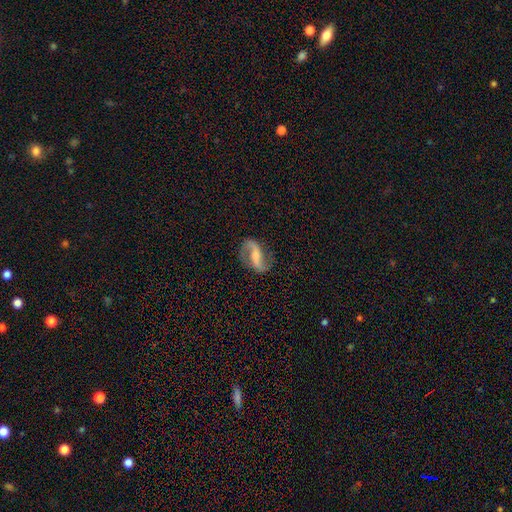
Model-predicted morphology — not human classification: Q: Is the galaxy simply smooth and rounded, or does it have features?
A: featured or disk — 87%.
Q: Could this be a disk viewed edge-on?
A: no — 96%.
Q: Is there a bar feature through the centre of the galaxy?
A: strong — 46%.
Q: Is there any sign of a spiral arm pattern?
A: yes — 95%.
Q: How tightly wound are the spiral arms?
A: loose — 64%.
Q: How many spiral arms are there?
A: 2 — 93%.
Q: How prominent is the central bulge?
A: small — 48%.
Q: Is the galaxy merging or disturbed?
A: none — 82%.